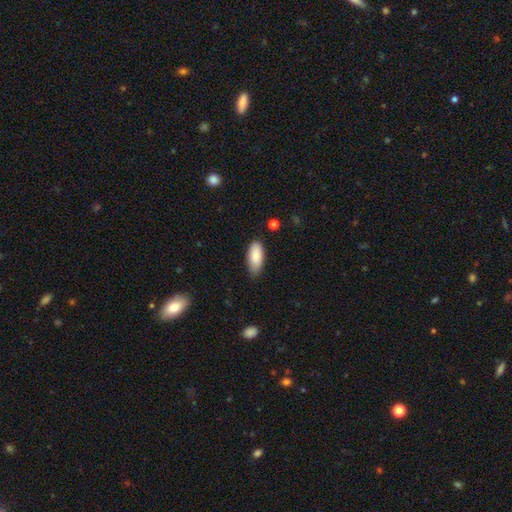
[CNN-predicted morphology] This appears to be a smooth galaxy with no disk features (85%) that is in between round and cigar-shaped (89%). Merging: none (74%).